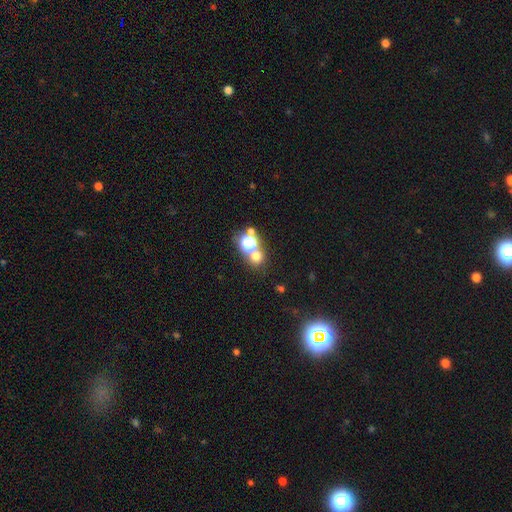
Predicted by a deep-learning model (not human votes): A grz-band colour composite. It shows a smooth galaxy with no disk features (59%) that is round (85%). Merging: none (60%).